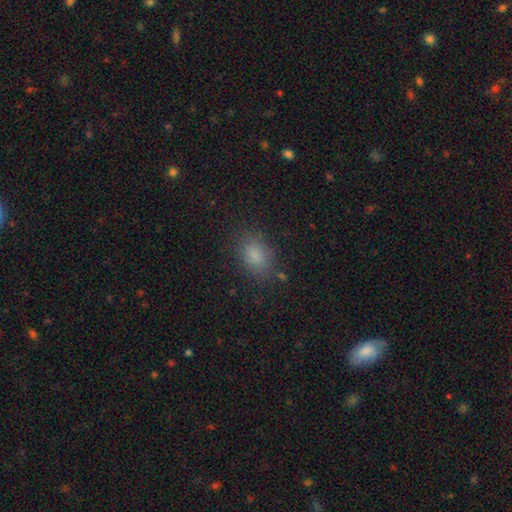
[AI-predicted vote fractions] Smooth or featured? Predicted: smooth (p=0.83). How rounded? Predicted: in between (p=0.76). Merging? Predicted: none (p=0.80).